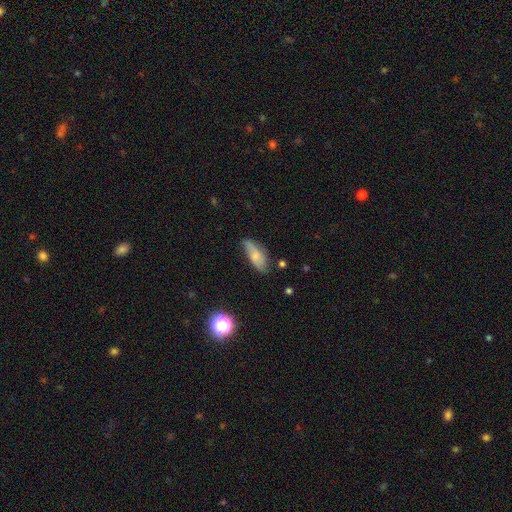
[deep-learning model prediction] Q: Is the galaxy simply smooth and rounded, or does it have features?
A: smooth — 64%.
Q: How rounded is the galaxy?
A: in between — 76%.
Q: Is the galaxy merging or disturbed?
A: none — 59%.